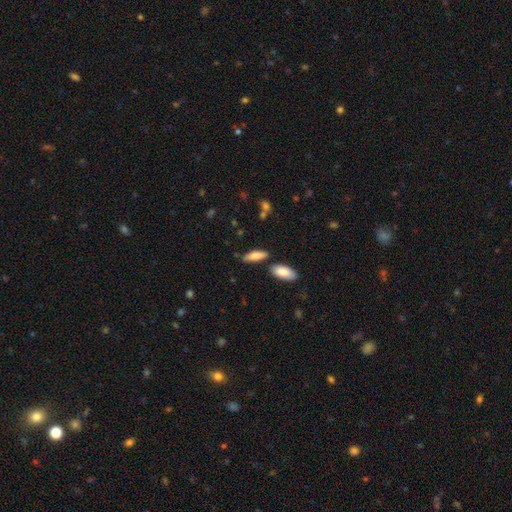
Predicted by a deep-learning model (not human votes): Q: Smooth or featured?
A: smooth (78%); runner-up: featured or disk (16%)
Q: How rounded?
A: in between (56%); runner-up: cigar-shaped (42%)
Q: Merging?
A: none (74%); runner-up: minor disturbance (13%)